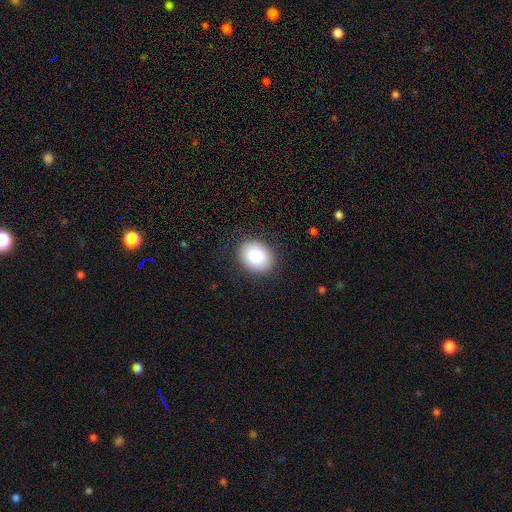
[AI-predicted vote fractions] smooth 85%, featured or disk 8%, star or artifact 8%. Down the decision tree: how rounded — in between (54%); merging — none (88%).